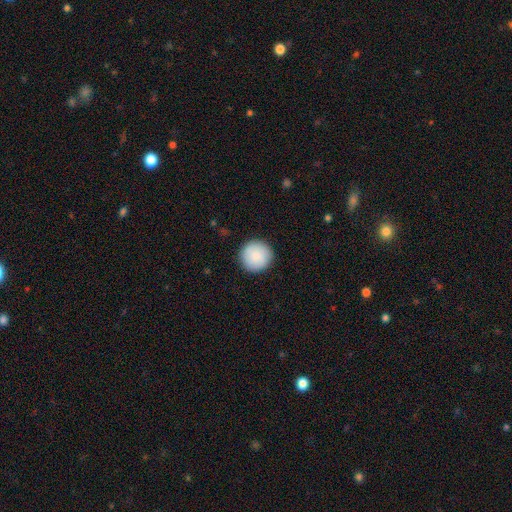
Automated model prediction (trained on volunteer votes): A smooth galaxy with no disk features (88%) that is round (96%).

Vote fractions:
- Smooth or featured? smooth: 88% / star or artifact: 6% / featured or disk: 5%
- How rounded? round: 96% / in between: 3% / cigar-shaped: 1%
- Merging? none: 92% / minor disturbance: 5% / major disturbance: 2% / merger: 1%